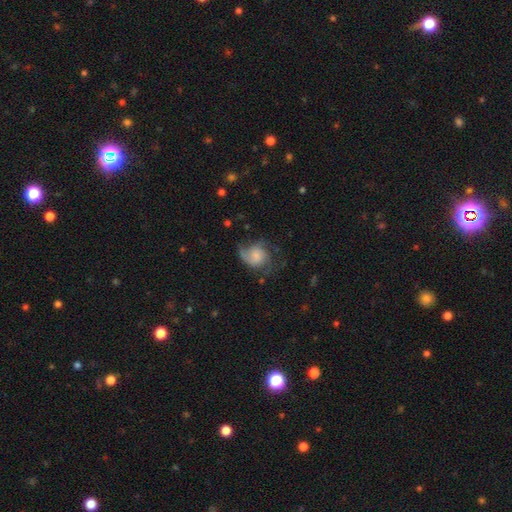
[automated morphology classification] Smooth or featured? featured or disk (56%)
Edge-on disk? no (98%)
Bar? no (63%)
Spiral arms? yes (87%)
Bulge size? small (37%)
Merging? none (45%)